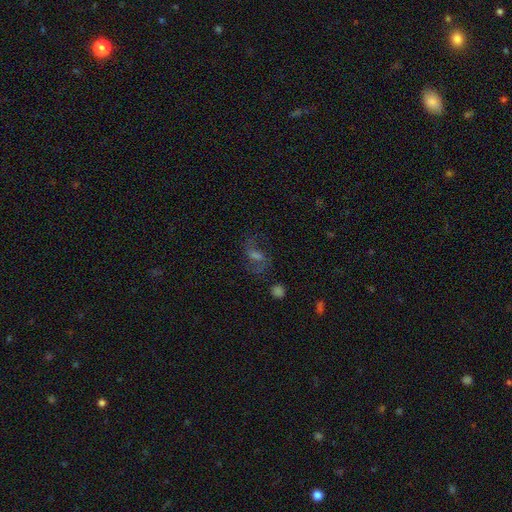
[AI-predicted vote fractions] Morphology: type=featured or disk (59%); edge-on=no (95%); bar=weak (51%); spiral arms=yes (88%); bulge=moderate (39%); merging=none (68%).